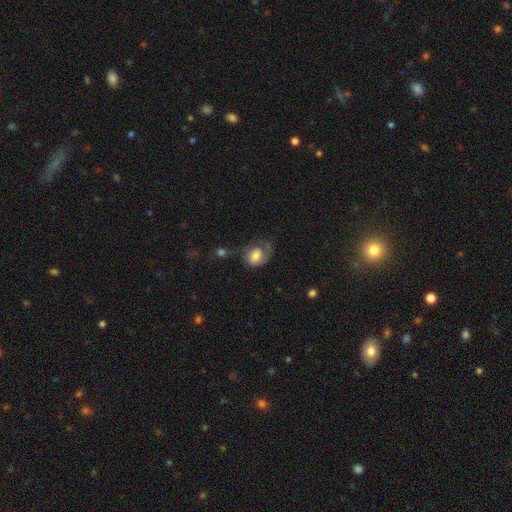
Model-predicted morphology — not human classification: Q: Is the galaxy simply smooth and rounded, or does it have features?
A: featured or disk — 47%.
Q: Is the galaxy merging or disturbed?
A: none — 35%, tied with major disturbance.